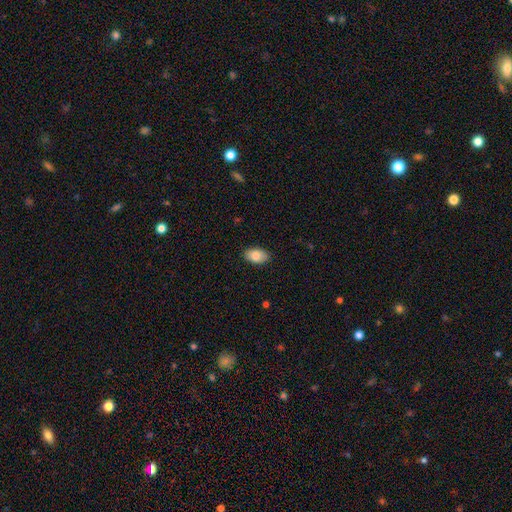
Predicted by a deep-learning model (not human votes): smooth-or-featured: smooth: 83% | featured or disk: 11% | star or artifact: 7%
  how-rounded: in between: 93% | round: 6% | cigar-shaped: 2%
  merging: none: 87% | minor disturbance: 10% | major disturbance: 2% | merger: 1%